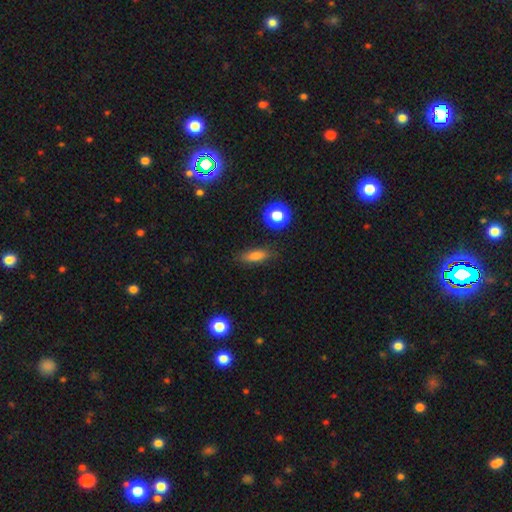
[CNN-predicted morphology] Q: Smooth or featured?
A: smooth (77%); runner-up: featured or disk (12%)
Q: How rounded?
A: in between (56%); runner-up: cigar-shaped (36%)
Q: Merging?
A: none (83%); runner-up: minor disturbance (12%)